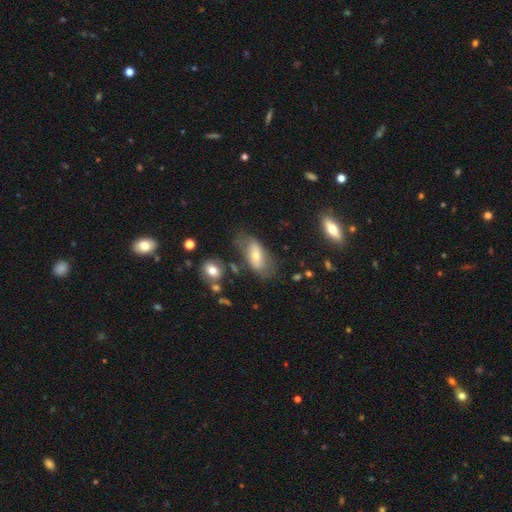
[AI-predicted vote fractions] smooth_or_featured: smooth (p=0.54) [alt: featured or disk p=0.38]
how_rounded: in between (p=0.85) [alt: cigar-shaped p=0.11]
merging: none (p=0.55) [alt: minor disturbance p=0.24]